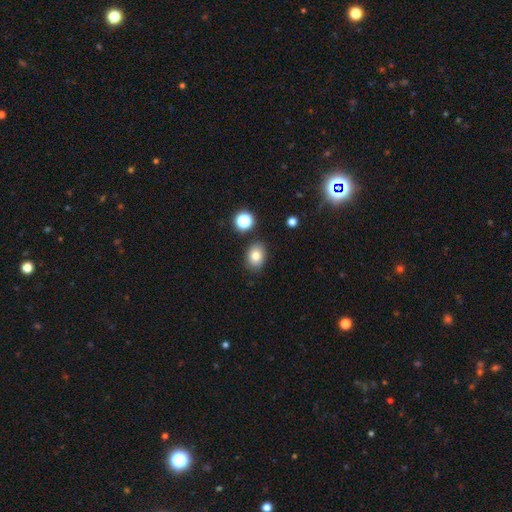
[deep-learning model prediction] smooth_or_featured: smooth (p=0.80) [alt: star or artifact p=0.12]
how_rounded: in between (p=0.60) [alt: round p=0.39]
merging: none (p=0.86) [alt: minor disturbance p=0.09]